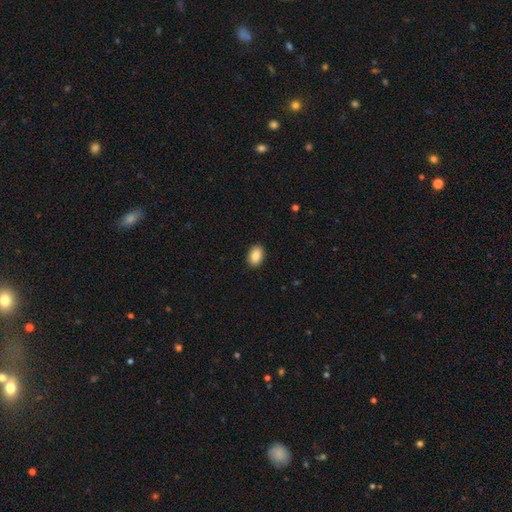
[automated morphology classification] type=smooth (88%); roundness=in between (87%); merging=none (91%).